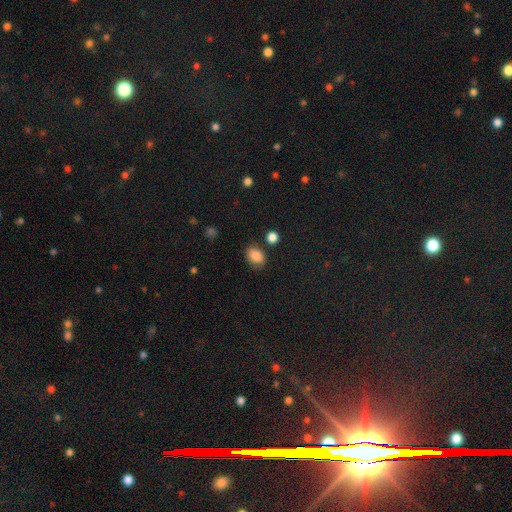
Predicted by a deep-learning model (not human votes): The model was most divided on "how rounded": in between: 71%, round: 28%, cigar-shaped: 1%. More confident: smooth or featured — smooth (85%); merging — none (78%).